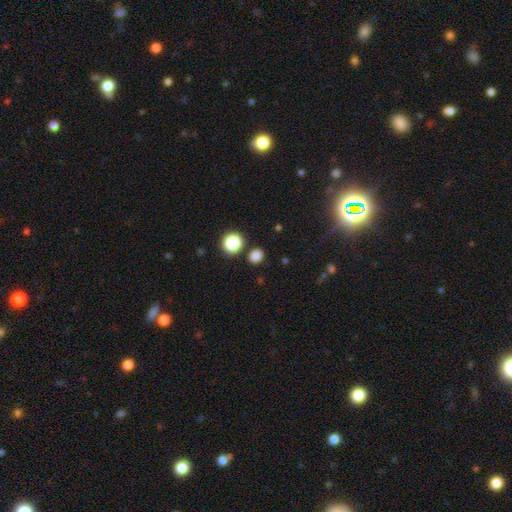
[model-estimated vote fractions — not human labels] Smooth or featured? smooth (80%)
How rounded? round (74%)
Merging? none (84%)